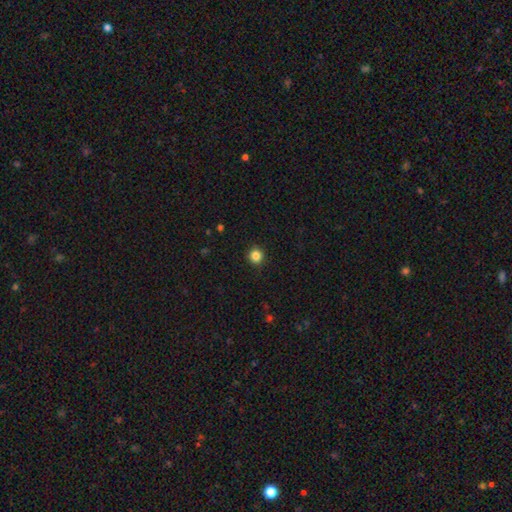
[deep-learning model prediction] This is clearly a smooth galaxy (85%). How rounded: clearly round (94%). Merging: clearly none (92%).